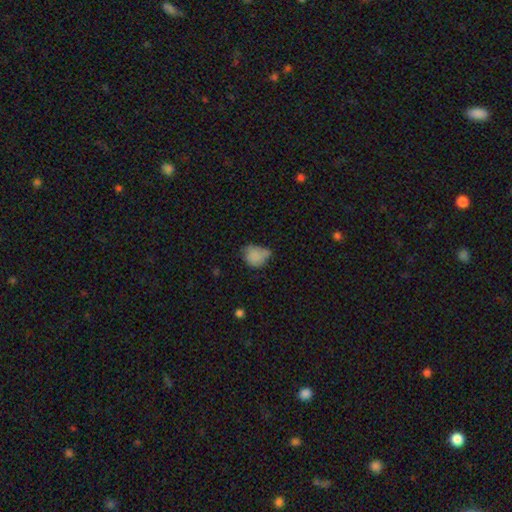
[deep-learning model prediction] smooth 78%, featured or disk 11%, star or artifact 11%. Down the decision tree: how rounded — round (52%); merging — minor disturbance (42%).